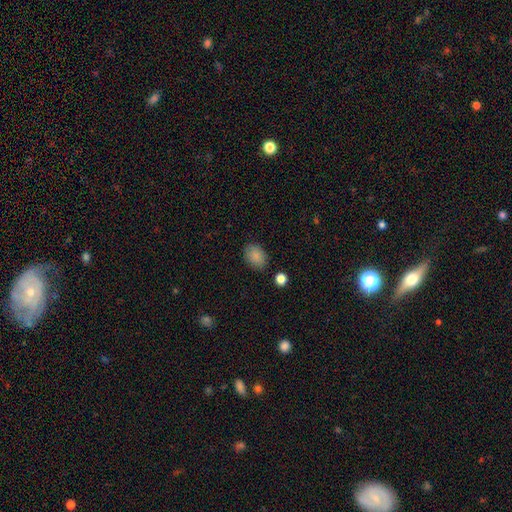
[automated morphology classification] Smooth or featured? Predicted: smooth (p=0.87). How rounded? Predicted: in between (p=0.75). Merging? Predicted: none (p=0.84).